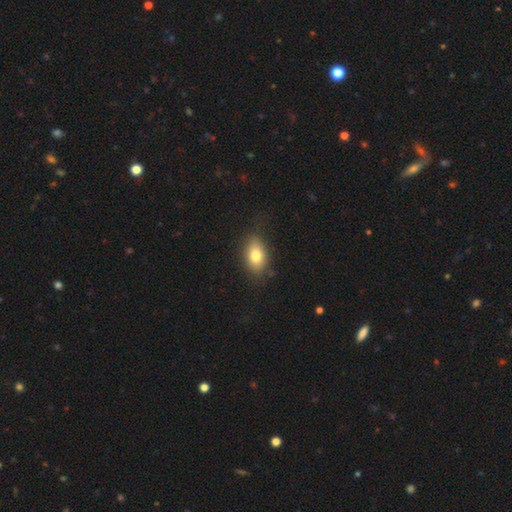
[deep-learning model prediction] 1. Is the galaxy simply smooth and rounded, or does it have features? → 79% smooth, 13% featured or disk, 9% star or artifact.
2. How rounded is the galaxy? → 85% in between, 12% round, 3% cigar-shaped.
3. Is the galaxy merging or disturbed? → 78% none, 16% minor disturbance, 4% major disturbance, 1% merger.